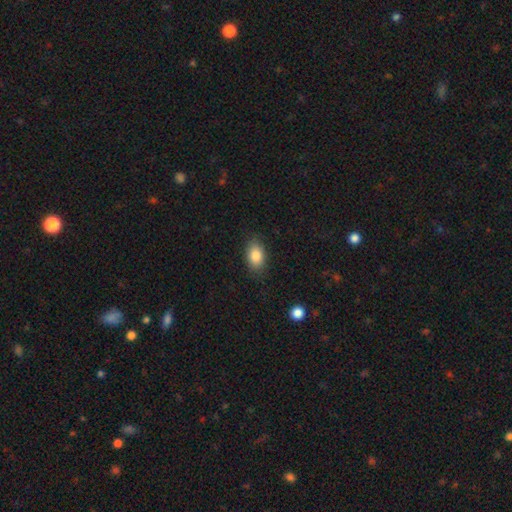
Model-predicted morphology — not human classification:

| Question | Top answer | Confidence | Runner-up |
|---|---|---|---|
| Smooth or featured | smooth | 85% | star or artifact (8%) |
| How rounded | in between | 88% | round (11%) |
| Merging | none | 84% | minor disturbance (12%) |